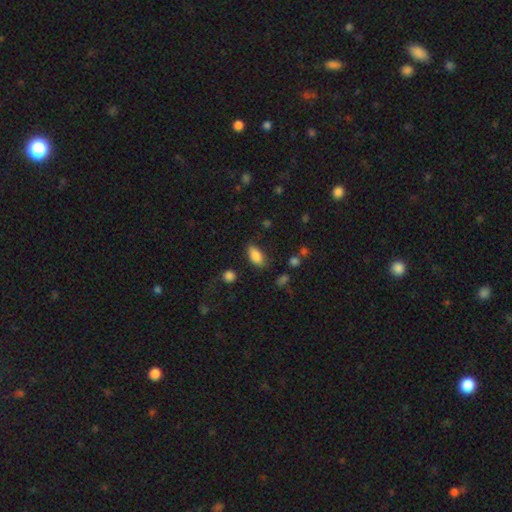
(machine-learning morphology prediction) Q: Smooth or featured?
A: smooth (86%); runner-up: star or artifact (8%)
Q: How rounded?
A: in between (91%); runner-up: cigar-shaped (6%)
Q: Merging?
A: none (79%); runner-up: minor disturbance (15%)